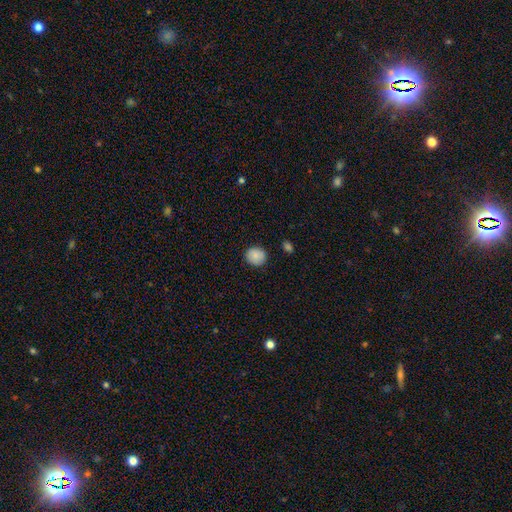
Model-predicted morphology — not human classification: A smooth galaxy with no disk features (87%) that is round (83%). Merging: none (88%).